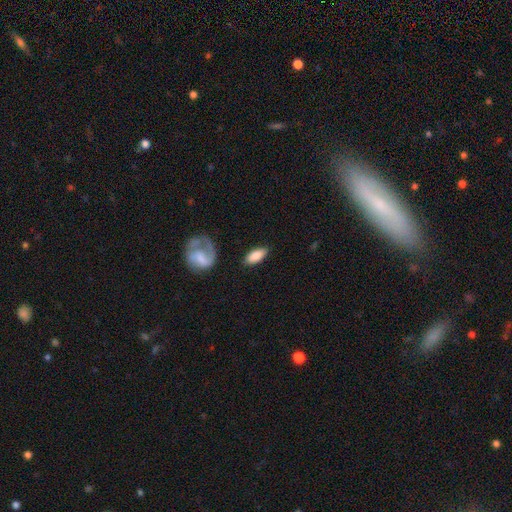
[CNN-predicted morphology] smooth_or_featured: smooth (p=0.81) [alt: featured or disk p=0.13]
how_rounded: in between (p=0.86) [alt: cigar-shaped p=0.11]
merging: none (p=0.79) [alt: minor disturbance p=0.13]